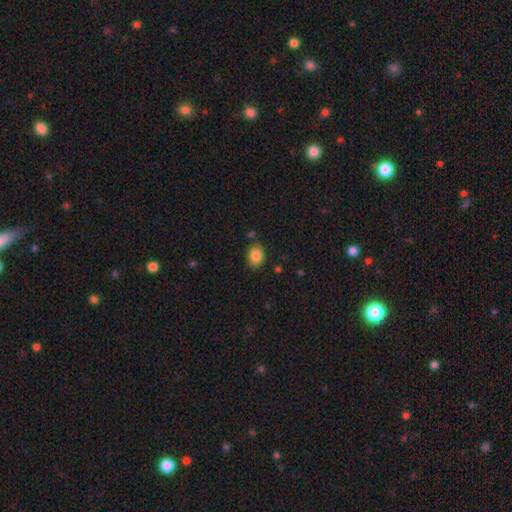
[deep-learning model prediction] This is clearly a smooth galaxy (85%). How rounded: likely in between (66%). Merging: likely none (77%).